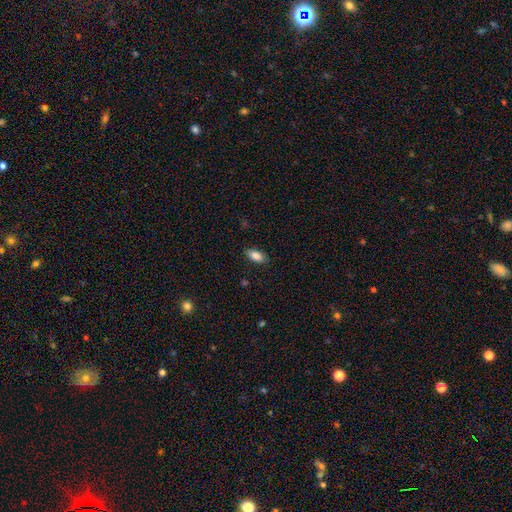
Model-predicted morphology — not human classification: smooth_or_featured: smooth (p=0.86) [alt: star or artifact p=0.07]
how_rounded: in between (p=0.86) [alt: cigar-shaped p=0.11]
merging: none (p=0.86) [alt: minor disturbance p=0.10]